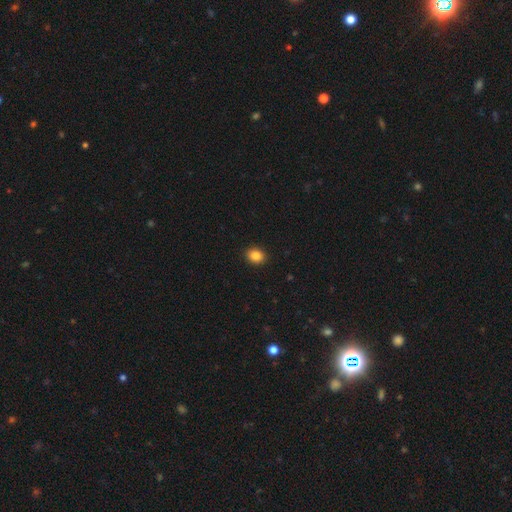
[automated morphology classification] Smooth or featured: smooth — 86% (star or artifact — 10%)
How rounded: round — 53% (in between — 46%)
Merging: none — 91% (minor disturbance — 6%)